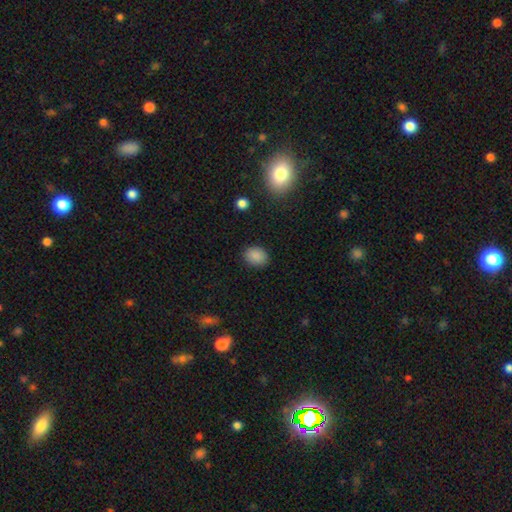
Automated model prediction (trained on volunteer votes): A smooth galaxy with no disk features (87%) that is in between round and cigar-shaped (59%). Merging: none (87%).